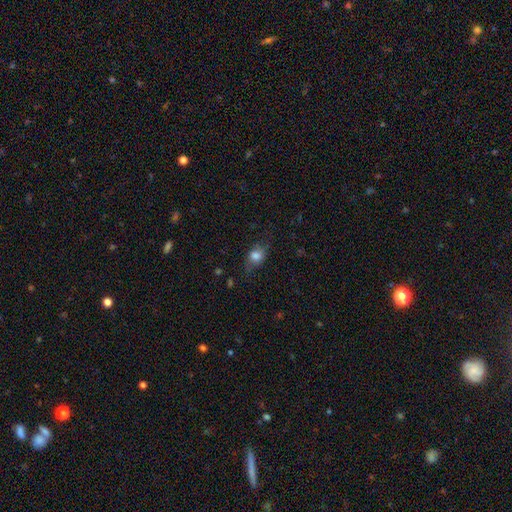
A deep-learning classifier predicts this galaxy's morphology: Overall: smooth (76%). How rounded: in between (56%; round 42%). Merging: none (65%).